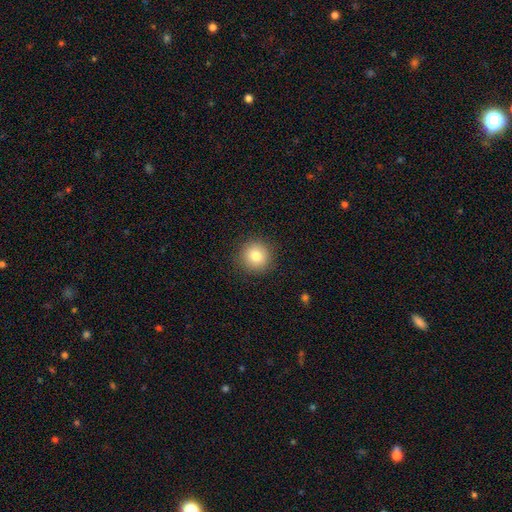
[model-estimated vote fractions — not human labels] Q: Smooth or featured?
A: smooth (80%); runner-up: star or artifact (11%)
Q: How rounded?
A: round (94%); runner-up: in between (5%)
Q: Merging?
A: none (91%); runner-up: minor disturbance (6%)